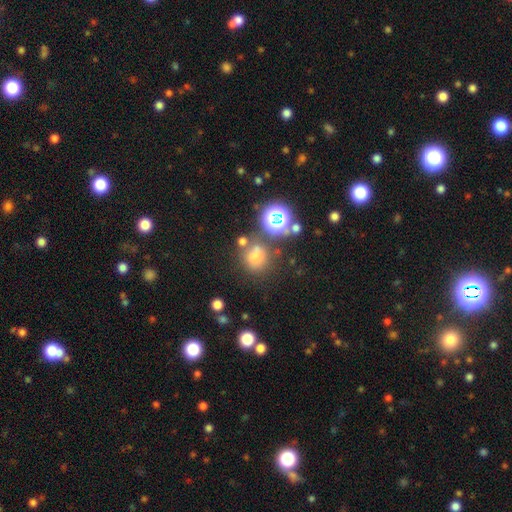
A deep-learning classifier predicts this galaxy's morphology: The model was most divided on "smooth or featured": smooth: 63%, star or artifact: 26%, featured or disk: 10%. More confident: how rounded — round (80%); merging — none (62%).